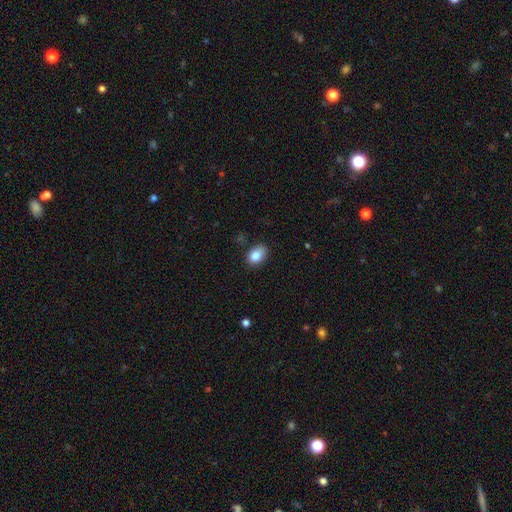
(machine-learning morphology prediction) The model was most divided on "merging": none: 77%, minor disturbance: 18%, major disturbance: 3%, merger: 2%. More confident: smooth or featured — smooth (83%); how rounded — in between (80%).